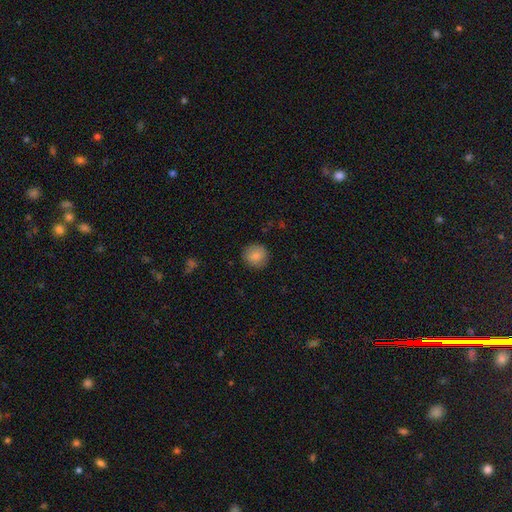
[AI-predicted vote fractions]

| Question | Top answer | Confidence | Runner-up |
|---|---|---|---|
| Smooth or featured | smooth | 85% | star or artifact (8%) |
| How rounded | round | 91% | in between (8%) |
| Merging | none | 88% | minor disturbance (8%) |